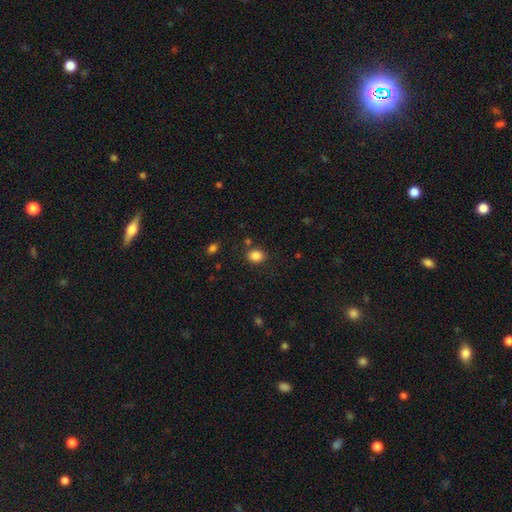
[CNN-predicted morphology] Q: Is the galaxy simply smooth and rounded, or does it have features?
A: smooth — 86%.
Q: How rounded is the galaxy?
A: round — 53%.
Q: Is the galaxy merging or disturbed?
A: none — 81%.